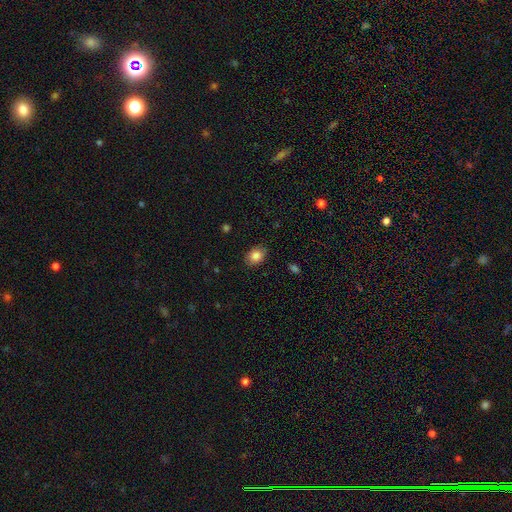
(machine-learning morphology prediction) A smooth galaxy with no disk features (85%) that is in between round and cigar-shaped (64%).

Vote fractions:
- Smooth or featured? smooth: 85% / star or artifact: 9% / featured or disk: 6%
- How rounded? in between: 64% / round: 35% / cigar-shaped: 1%
- Merging? none: 86% / minor disturbance: 11% / major disturbance: 3% / merger: 1%